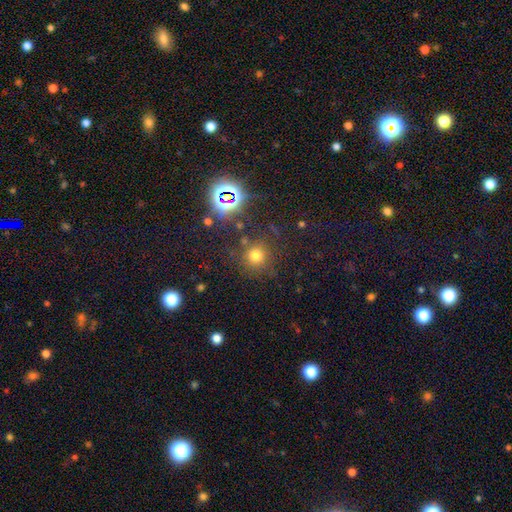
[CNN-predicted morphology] This appears to be a smooth galaxy with no disk features (67%) that is round (92%). Merging: none (78%).